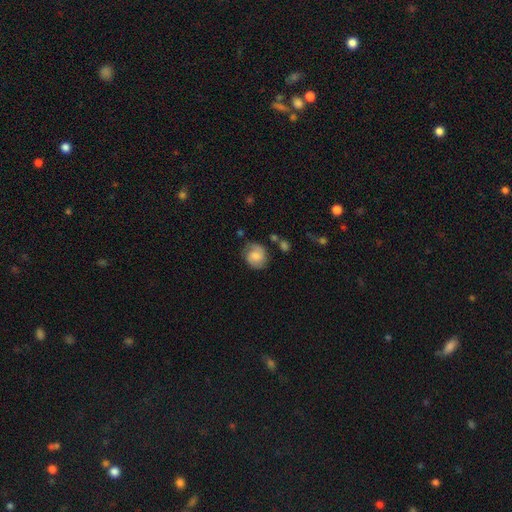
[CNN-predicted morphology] smooth 48%, featured or disk 44%, star or artifact 8%. Down the decision tree: merging — none (68%).